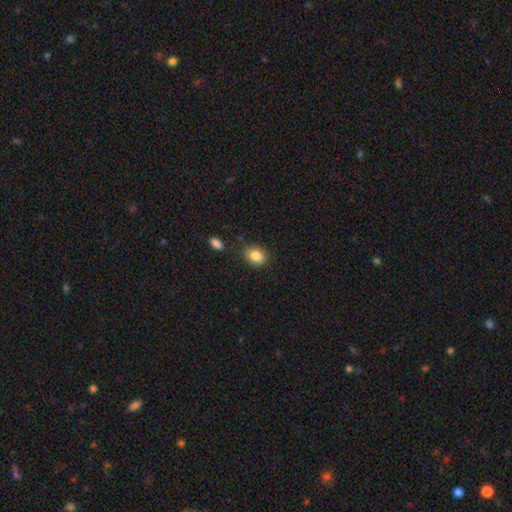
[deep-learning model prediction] Q: Smooth or featured?
A: smooth (86%); runner-up: star or artifact (9%)
Q: How rounded?
A: in between (59%); runner-up: round (40%)
Q: Merging?
A: none (83%); runner-up: minor disturbance (11%)